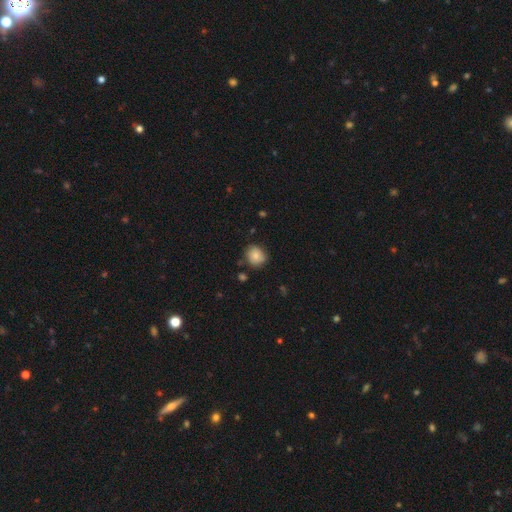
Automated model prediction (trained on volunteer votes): Smooth or featured?
  - smooth: 80% *
  - featured or disk: 11%
  - star or artifact: 9%
How rounded?
  - round: 76% *
  - in between: 23%
  - cigar-shaped: 1%
Merging?
  - none: 77% *
  - minor disturbance: 17%
  - major disturbance: 3%
  - merger: 3%